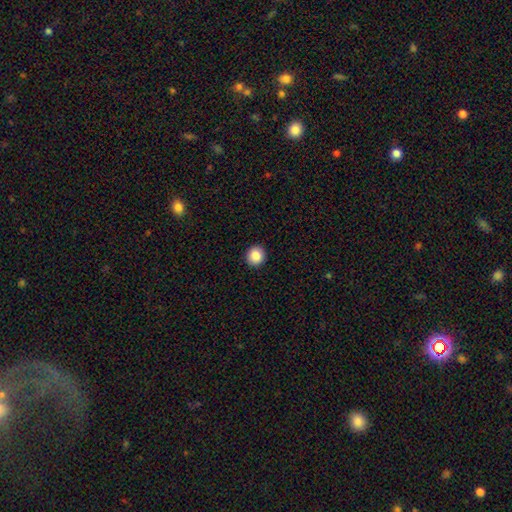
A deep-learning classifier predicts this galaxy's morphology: Smooth or featured: smooth — 86% (star or artifact — 9%)
How rounded: round — 91% (in between — 8%)
Merging: none — 93% (minor disturbance — 5%)